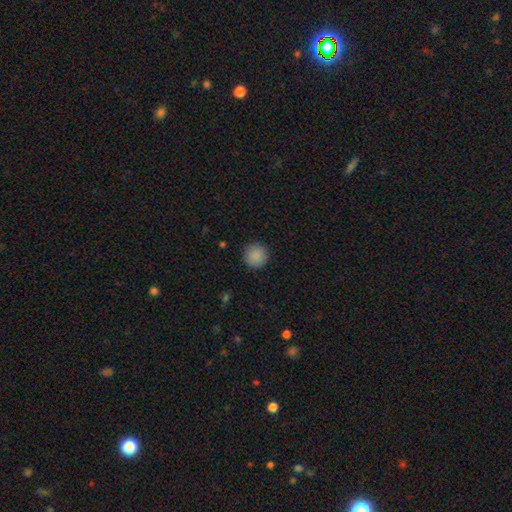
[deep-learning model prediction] Q: Smooth or featured?
A: smooth (89%); runner-up: star or artifact (8%)
Q: How rounded?
A: round (95%); runner-up: in between (4%)
Q: Merging?
A: none (91%); runner-up: minor disturbance (6%)